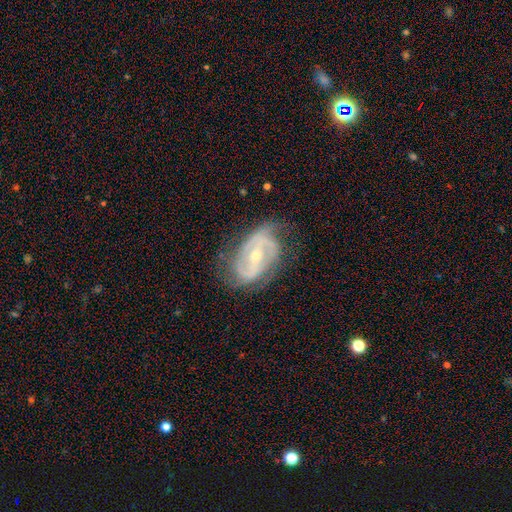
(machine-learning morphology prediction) A featured or disk galaxy (87%) with a weak bar (41%), 2 (58%) tight (43%) spiral arms (92%) and a moderate central bulge (49%). Merging: none (65%).